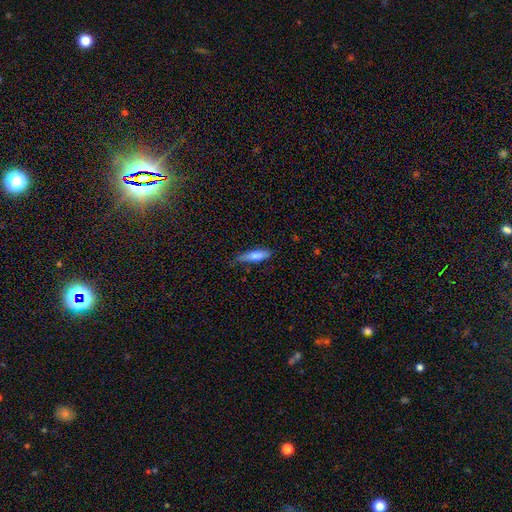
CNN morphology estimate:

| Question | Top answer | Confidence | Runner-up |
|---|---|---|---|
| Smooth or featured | smooth | 78% | featured or disk (16%) |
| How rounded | cigar-shaped | 59% | in between (39%) |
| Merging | none | 65% | minor disturbance (29%) |